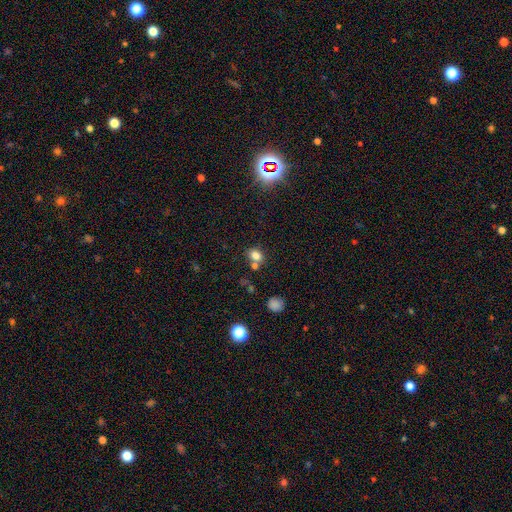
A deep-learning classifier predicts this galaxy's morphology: Smooth or featured?
  - smooth: 78% *
  - star or artifact: 15%
  - featured or disk: 8%
How rounded?
  - round: 53% *
  - in between: 46%
  - cigar-shaped: 1%
Merging?
  - none: 59% *
  - merger: 26%
  - minor disturbance: 11%
  - major disturbance: 4%